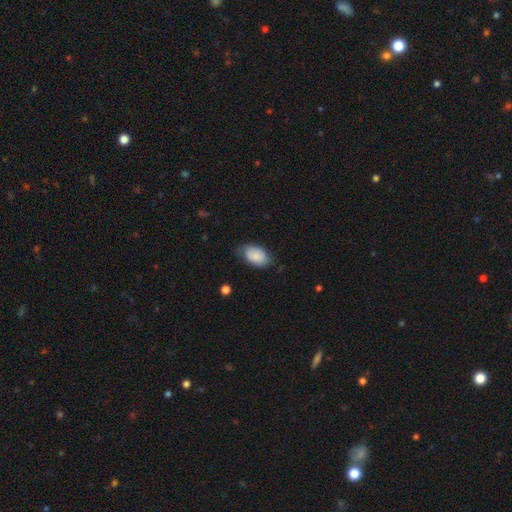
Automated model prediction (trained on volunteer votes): A smooth galaxy with no disk features (86%) that is in between round and cigar-shaped (93%).

Vote fractions:
- Smooth or featured? smooth: 86% / featured or disk: 8% / star or artifact: 6%
- How rounded? in between: 93% / round: 6% / cigar-shaped: 1%
- Merging? none: 68% / minor disturbance: 26% / major disturbance: 5% / merger: 1%